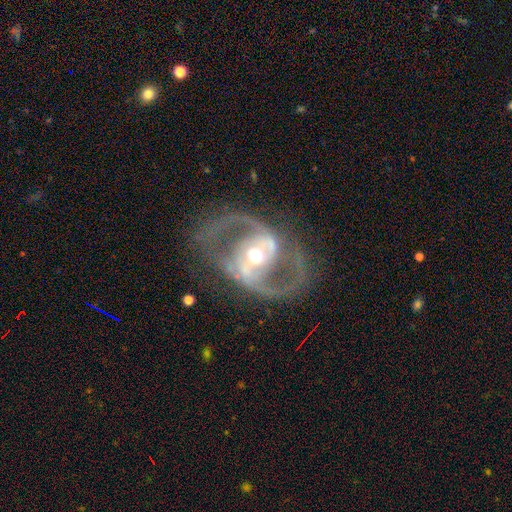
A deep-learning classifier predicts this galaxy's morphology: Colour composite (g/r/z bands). It shows a featured or disk galaxy (90%) with a strong bar (37%), 2 (92%) medium (58%) spiral arms (91%) and a moderate central bulge (72%). Merging: none (75%).